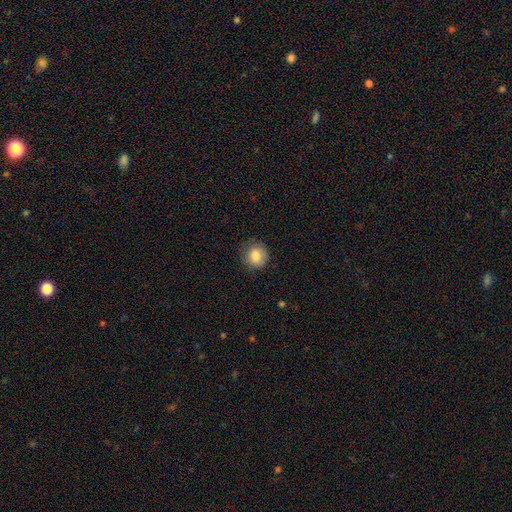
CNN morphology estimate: smooth_or_featured: smooth (p=0.83) [alt: featured or disk p=0.09]
how_rounded: round (p=0.86) [alt: in between p=0.14]
merging: none (p=0.75) [alt: minor disturbance p=0.19]